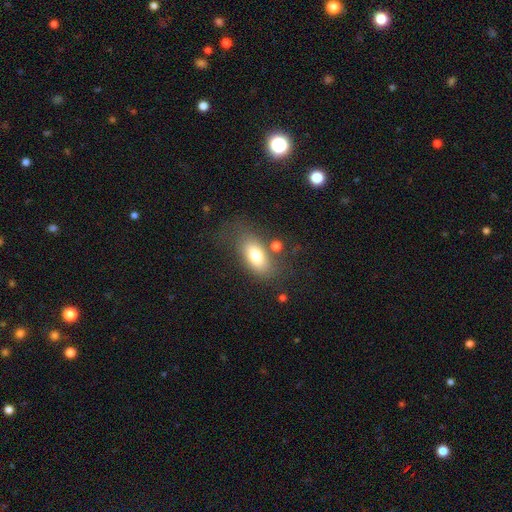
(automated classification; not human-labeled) A smooth galaxy with no disk features (74%) that is in between round and cigar-shaped (87%).

Vote fractions:
- Smooth or featured? smooth: 74% / featured or disk: 18% / star or artifact: 9%
- How rounded? in between: 87% / round: 7% / cigar-shaped: 6%
- Merging? none: 61% / minor disturbance: 19% / major disturbance: 12% / merger: 8%